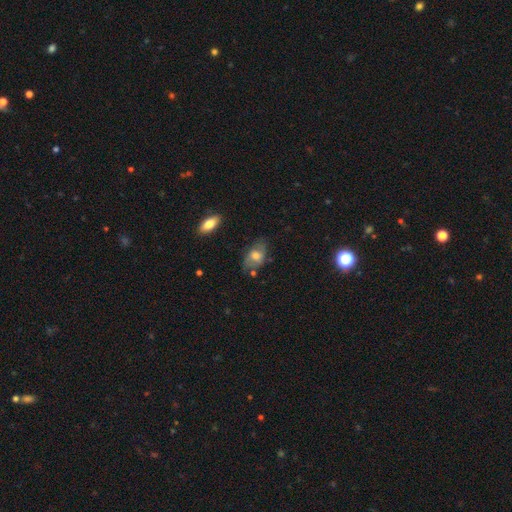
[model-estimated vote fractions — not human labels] Smooth or featured?
  - smooth: 57% *
  - featured or disk: 34%
  - star or artifact: 9%
How rounded?
  - in between: 87% *
  - round: 11%
  - cigar-shaped: 2%
Merging?
  - none: 64% *
  - minor disturbance: 25%
  - major disturbance: 7%
  - merger: 4%